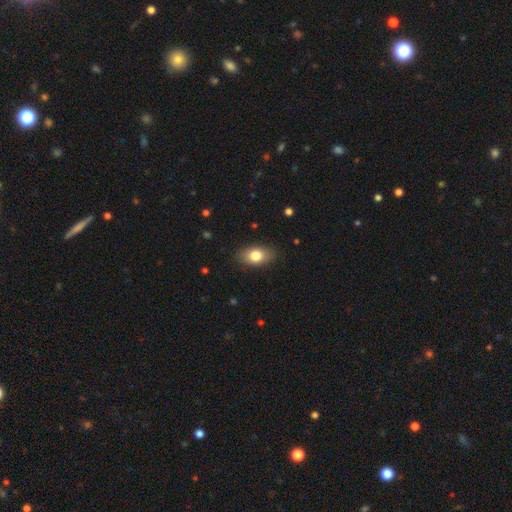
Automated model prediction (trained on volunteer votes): smooth 80%, featured or disk 12%, star or artifact 8%. Down the decision tree: how rounded — in between (87%); merging — none (85%).